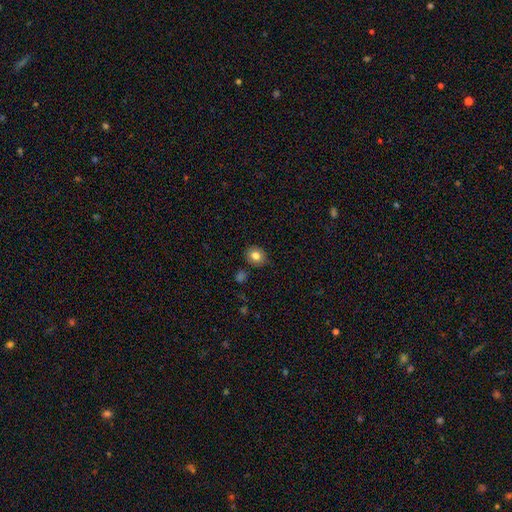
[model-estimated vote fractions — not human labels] The model was most divided on "how rounded": round: 71%, in between: 28%, cigar-shaped: 1%. More confident: merging — none (85%); smooth or featured — smooth (81%).